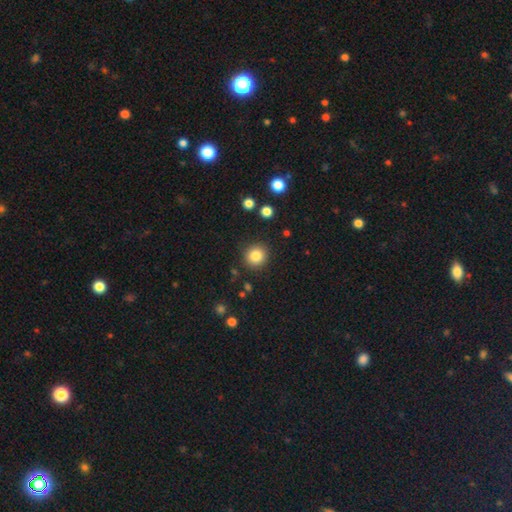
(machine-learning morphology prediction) The model was most divided on "smooth or featured": smooth: 84%, star or artifact: 10%, featured or disk: 6%. More confident: how rounded — round (90%); merging — none (89%).